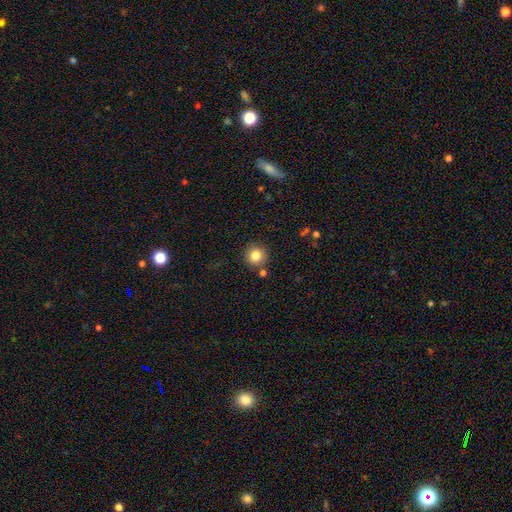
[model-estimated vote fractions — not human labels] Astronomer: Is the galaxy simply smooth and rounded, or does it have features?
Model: smooth — 82%.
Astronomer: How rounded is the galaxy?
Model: round — 94%.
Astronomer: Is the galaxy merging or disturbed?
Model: none — 86%.